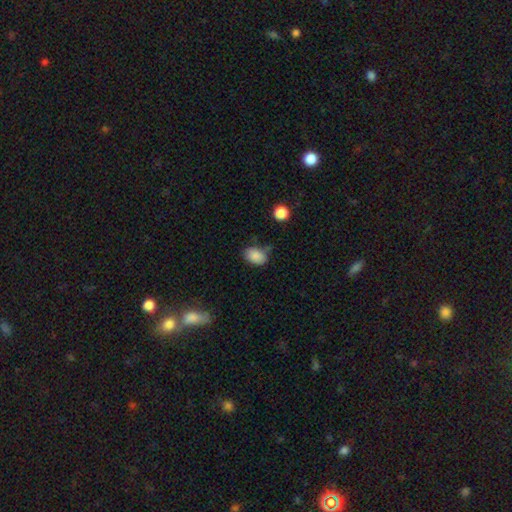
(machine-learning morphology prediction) A smooth galaxy with no disk features (87%) that is in between round and cigar-shaped (84%). Merging: none (65%).